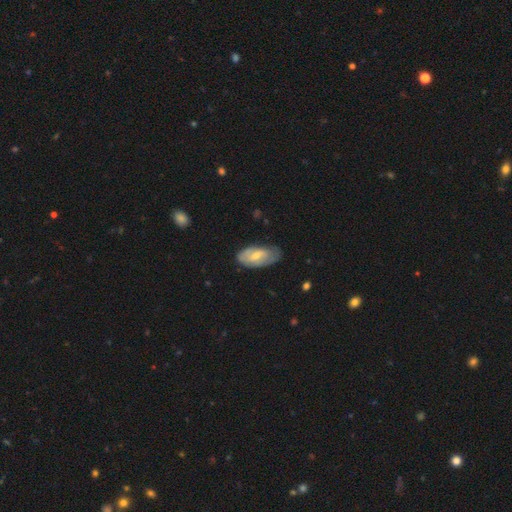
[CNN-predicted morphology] Smooth or featured? smooth (47%, tied with featured or disk)
Merging? none (60%)